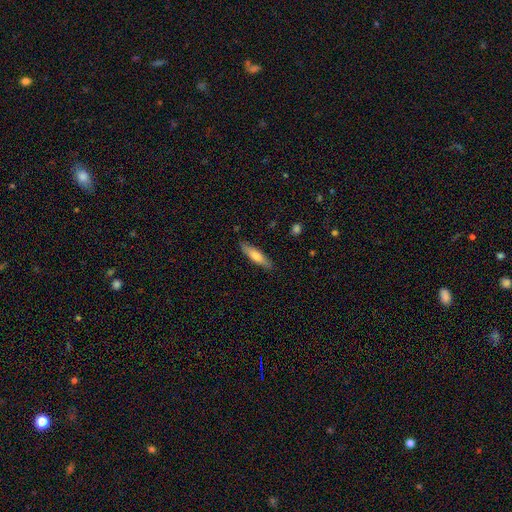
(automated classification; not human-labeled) smooth 68%, featured or disk 27%, star or artifact 6%. Down the decision tree: how rounded — cigar-shaped (75%); merging — none (87%).